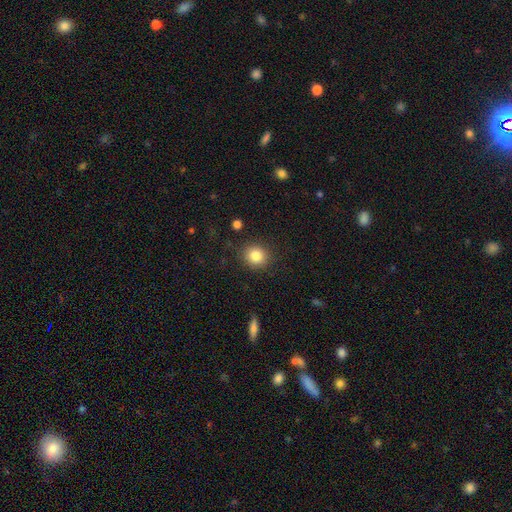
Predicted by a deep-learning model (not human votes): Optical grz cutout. It shows a smooth galaxy with no disk features (84%) that is round (82%). Merging: none (88%).